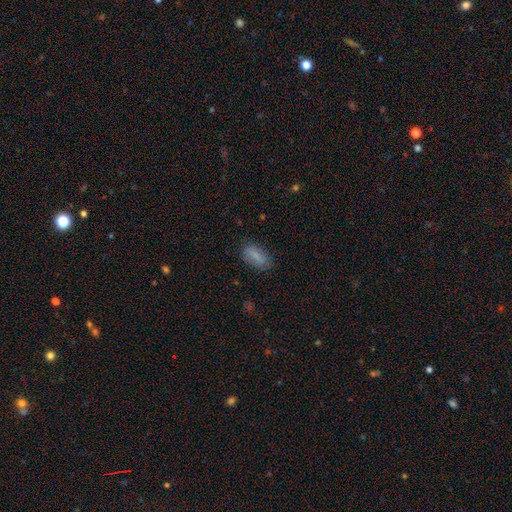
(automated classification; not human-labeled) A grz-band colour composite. It shows a smooth galaxy with no disk features (80%) that is in between round and cigar-shaped (82%). Merging: none (78%).